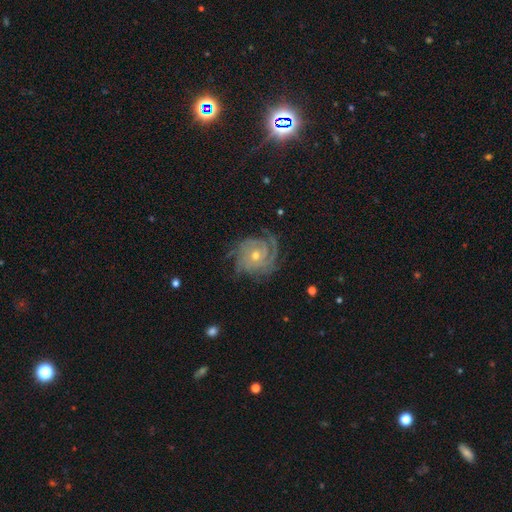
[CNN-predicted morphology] Smooth or featured: featured or disk — 86% (star or artifact — 7%)
Edge-on disk: no — 97% (yes — 3%)
Bar: no — 77% (weak — 18%)
Spiral arms: yes — 97% (no — 3%)
Spiral winding: tight — 75% (medium — 20%)
Spiral arm count: 3 — 27% (can't tell — 24%)
Bulge size: small — 49% (moderate — 48%)
Merging: none — 75% (minor disturbance — 17%)